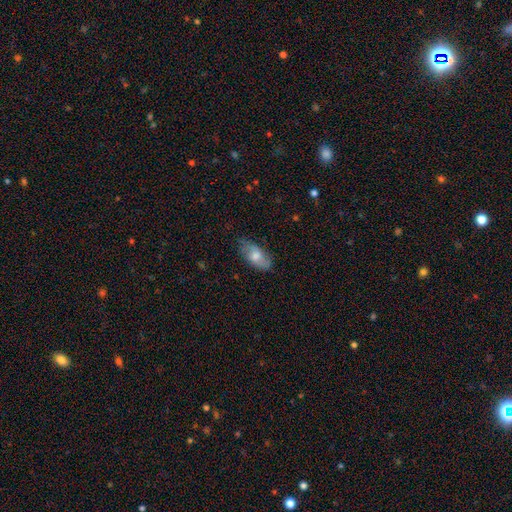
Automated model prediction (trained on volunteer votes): Overall: smooth (59%; featured or disk 34%). How rounded: in between (89%). Merging: none (76%).